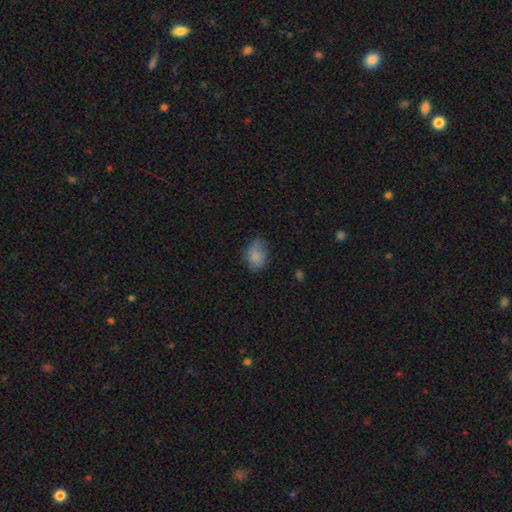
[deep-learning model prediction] Smooth or featured? Predicted: smooth (p=0.81). How rounded? Predicted: in between (p=0.68). Merging? Predicted: none (p=0.62).